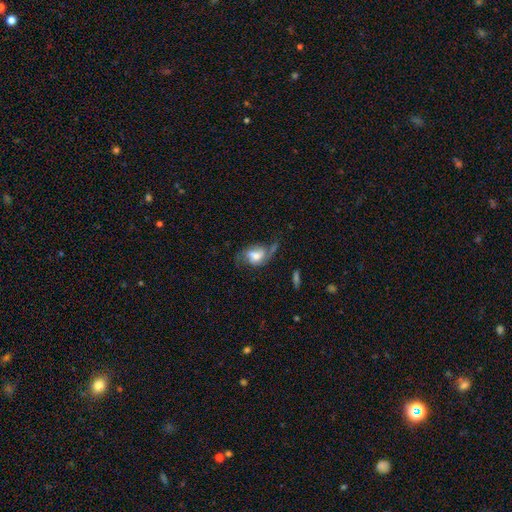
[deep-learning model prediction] Smooth or featured? featured or disk (52%)
Edge-on disk? no (95%)
Merging? none (35%)